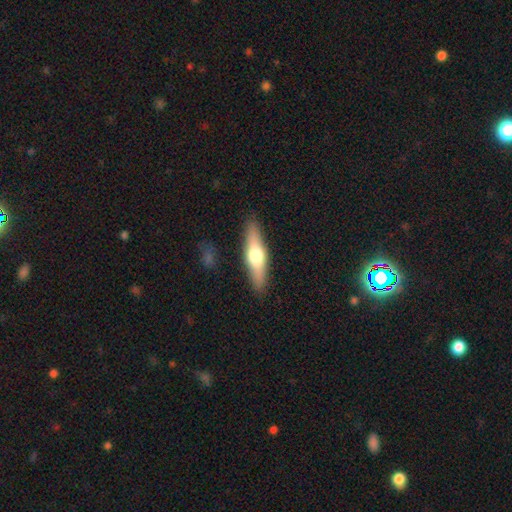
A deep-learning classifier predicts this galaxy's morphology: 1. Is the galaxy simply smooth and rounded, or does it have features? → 49% smooth, 45% featured or disk, 6% star or artifact.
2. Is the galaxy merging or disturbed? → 89% none, 8% minor disturbance, 2% major disturbance, 1% merger.